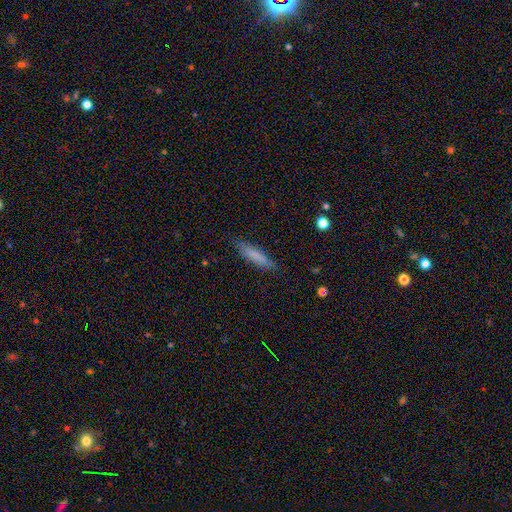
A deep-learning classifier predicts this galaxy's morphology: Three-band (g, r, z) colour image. It shows a smooth galaxy with no disk features (75%) that is cigar-shaped (81%). Merging: none (83%).